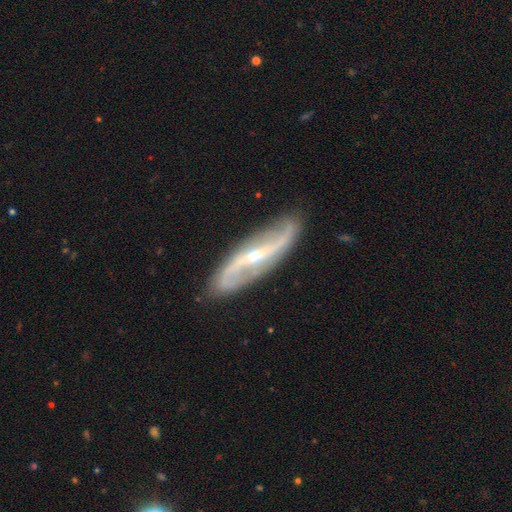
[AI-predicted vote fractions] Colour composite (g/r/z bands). It shows a featured or disk galaxy (89%) with a strong bar (49%), 2 (93%) loose (62%) spiral arms (96%) and a small central bulge (62%). Merging: none (85%).